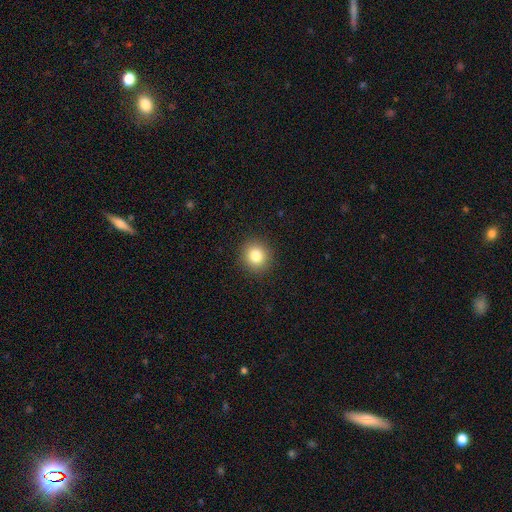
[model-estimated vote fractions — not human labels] smooth_or_featured: smooth (p=0.82) [alt: star or artifact p=0.11]
how_rounded: round (p=0.88) [alt: in between p=0.12]
merging: none (p=0.91) [alt: minor disturbance p=0.06]